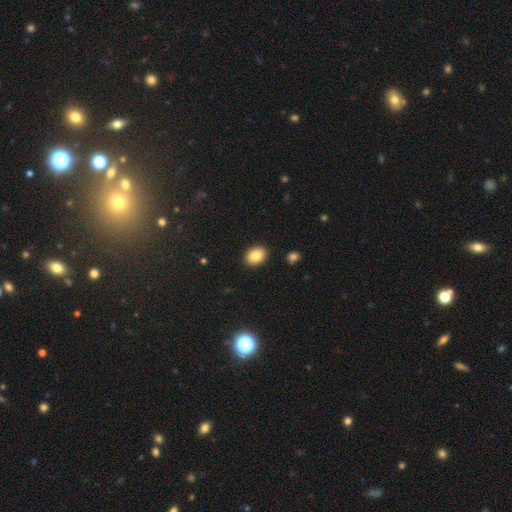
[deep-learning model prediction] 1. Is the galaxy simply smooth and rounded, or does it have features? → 87% smooth, 8% star or artifact, 5% featured or disk.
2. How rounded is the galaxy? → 60% in between, 40% round, 1% cigar-shaped.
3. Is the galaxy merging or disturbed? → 90% none, 7% minor disturbance, 2% major disturbance, 1% merger.